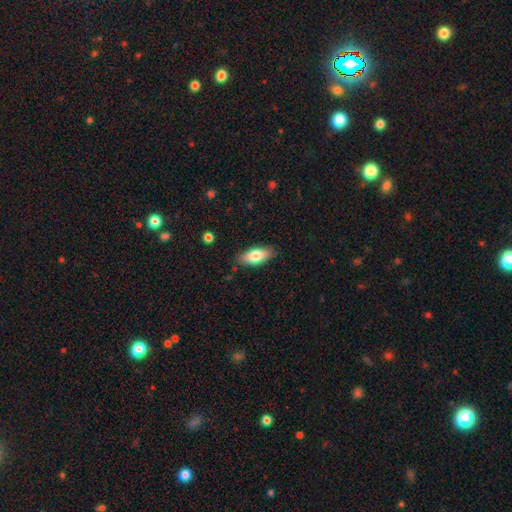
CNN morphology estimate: Smooth or featured?
  - smooth: 76% *
  - featured or disk: 17%
  - star or artifact: 6%
How rounded?
  - in between: 83% *
  - cigar-shaped: 15%
  - round: 3%
Merging?
  - none: 85% *
  - minor disturbance: 12%
  - major disturbance: 2%
  - merger: 1%